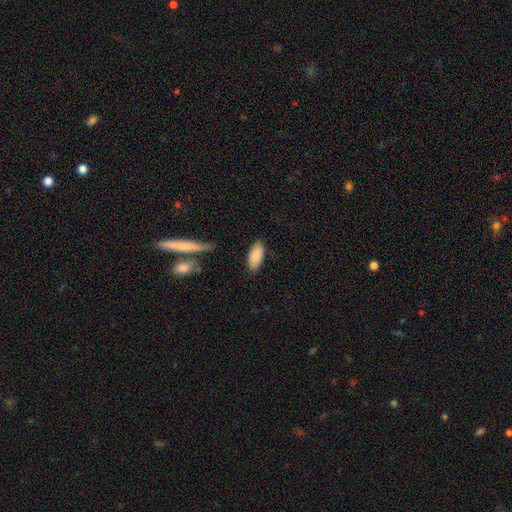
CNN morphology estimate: smooth_or_featured: smooth (p=0.88) [alt: featured or disk p=0.06]
how_rounded: in between (p=0.89) [alt: cigar-shaped p=0.10]
merging: none (p=0.82) [alt: minor disturbance p=0.13]